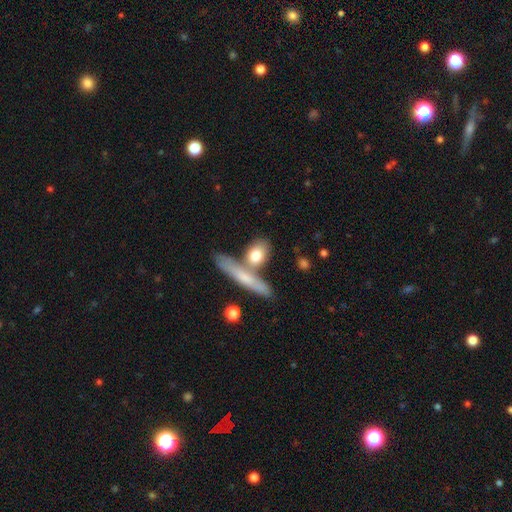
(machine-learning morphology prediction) This appears to be a smooth galaxy with no disk features (74%) that is in between round and cigar-shaped (43%). Merging: none (55%).